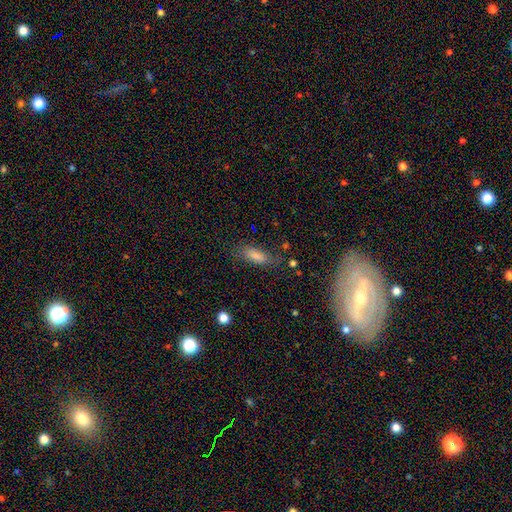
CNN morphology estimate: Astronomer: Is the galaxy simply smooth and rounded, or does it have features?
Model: smooth — 68%.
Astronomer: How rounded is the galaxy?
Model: in between — 63%.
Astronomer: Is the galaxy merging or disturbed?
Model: none — 69%.